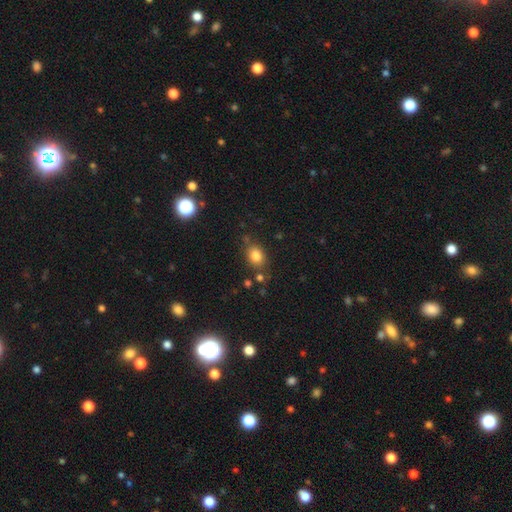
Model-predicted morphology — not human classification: Smooth or featured?
  - smooth: 81% *
  - star or artifact: 11%
  - featured or disk: 8%
How rounded?
  - in between: 60% *
  - round: 39%
  - cigar-shaped: 1%
Merging?
  - none: 74% *
  - minor disturbance: 15%
  - merger: 7%
  - major disturbance: 5%